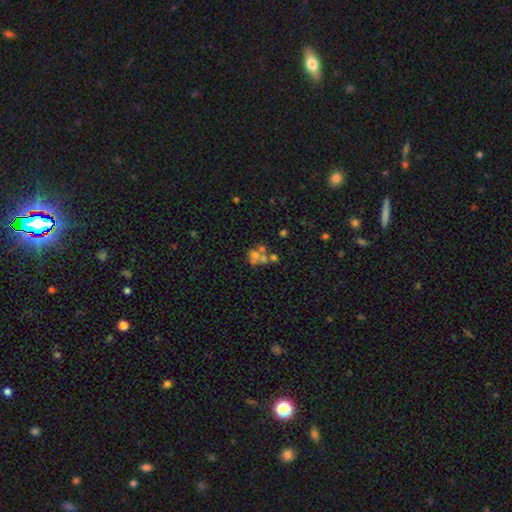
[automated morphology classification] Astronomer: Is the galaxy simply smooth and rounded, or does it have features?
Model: smooth — 45% (runner-up: featured or disk, 33%).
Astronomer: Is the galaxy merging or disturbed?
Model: merger — 48% (runner-up: none, 33%).